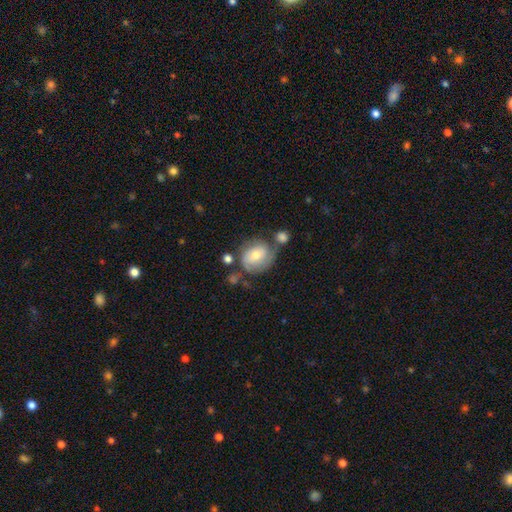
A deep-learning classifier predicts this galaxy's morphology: Overall: smooth (57%; featured or disk 36%). How rounded: round (64%; in between 35%). Merging: none (46%; minor disturbance 23%).